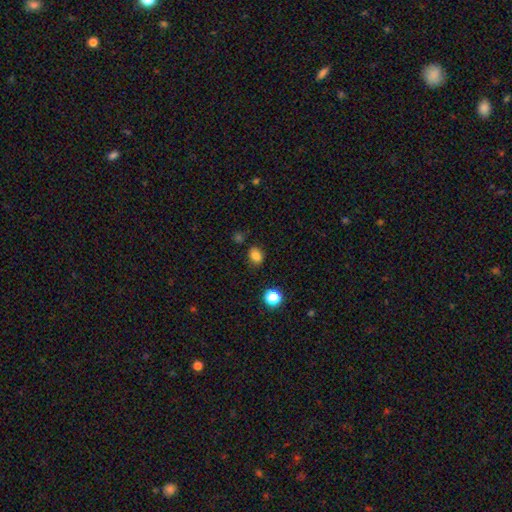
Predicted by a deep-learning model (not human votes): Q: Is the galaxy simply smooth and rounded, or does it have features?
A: smooth — 81%.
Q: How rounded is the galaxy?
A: round — 54%.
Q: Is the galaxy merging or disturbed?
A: none — 82%.